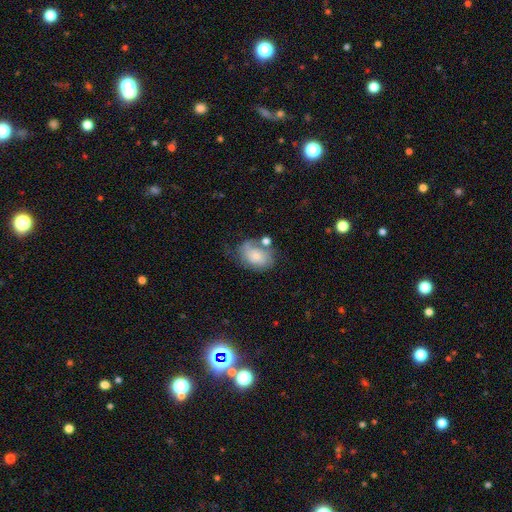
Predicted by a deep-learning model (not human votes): Smooth or featured: smooth — 56% (featured or disk — 35%)
How rounded: in between — 75% (round — 24%)
Merging: none — 40% (minor disturbance — 27%)